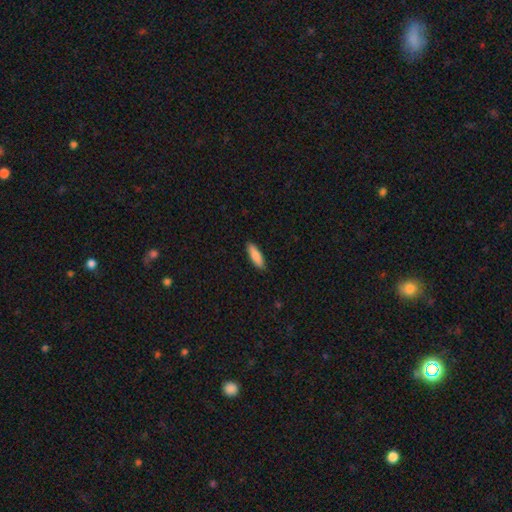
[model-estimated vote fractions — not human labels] Smooth or featured? Predicted: smooth (p=0.87). How rounded? Predicted: cigar-shaped (p=0.50). Merging? Predicted: none (p=0.89).